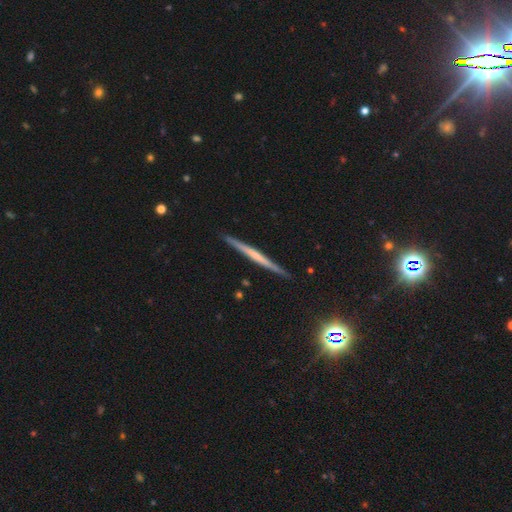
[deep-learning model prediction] Overall: featured or disk (64%; smooth 29%). Edge-on disk: yes (98%). Edge-on bulge: none (66%). Merging: none (90%).